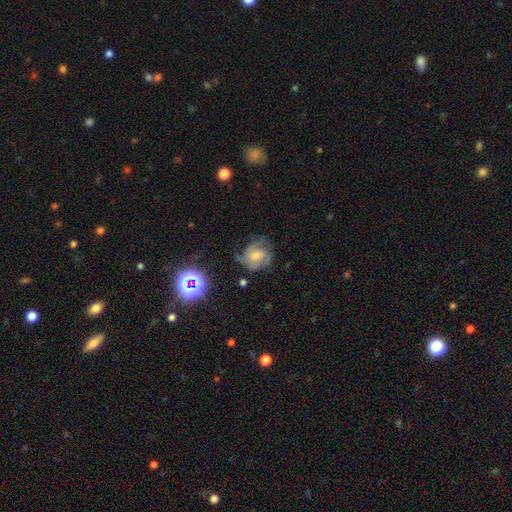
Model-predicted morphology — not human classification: Overall: featured or disk (68%). Edge-on disk: no (98%). Bar: no (63%; weak 31%). Spiral arms: yes (91%). Spiral arm count: 3 (42%; can't tell 21%). Spiral winding: medium (44%; tight 42%). Bulge size: moderate (45%; small 37%). Merging: none (59%; minor disturbance 24%).